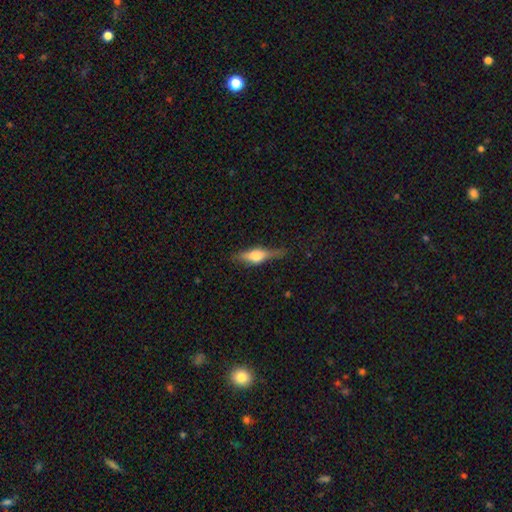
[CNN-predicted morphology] Smooth or featured?
  - featured or disk: 54% *
  - smooth: 39%
  - star or artifact: 7%
Edge-on disk?
  - yes: 94% *
  - no: 6%
Edge-on bulge?
  - rounded: 89% *
  - boxy: 9%
  - none: 2%
Merging?
  - none: 74% *
  - minor disturbance: 19%
  - major disturbance: 5%
  - merger: 2%